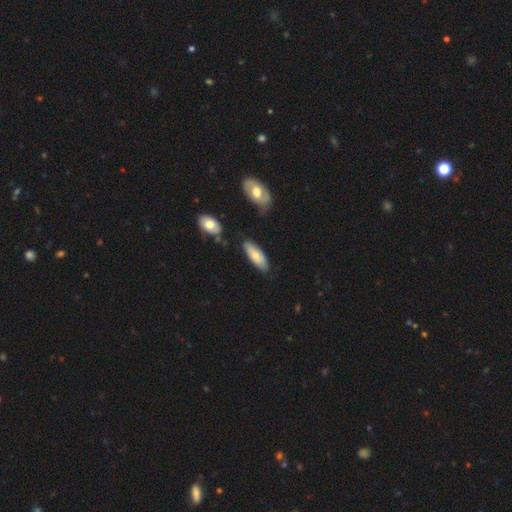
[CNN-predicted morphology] Q: Smooth or featured?
A: smooth (73%); runner-up: featured or disk (21%)
Q: How rounded?
A: in between (70%); runner-up: cigar-shaped (29%)
Q: Merging?
A: none (72%); runner-up: minor disturbance (19%)